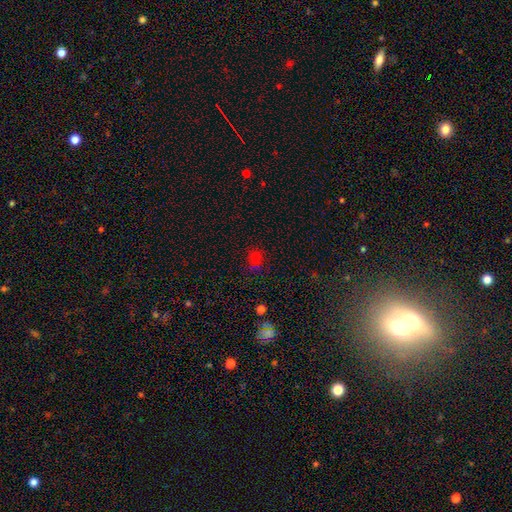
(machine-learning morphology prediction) A smooth galaxy with no disk features (60%) that is in between round and cigar-shaped (56%). Merging: none (67%).